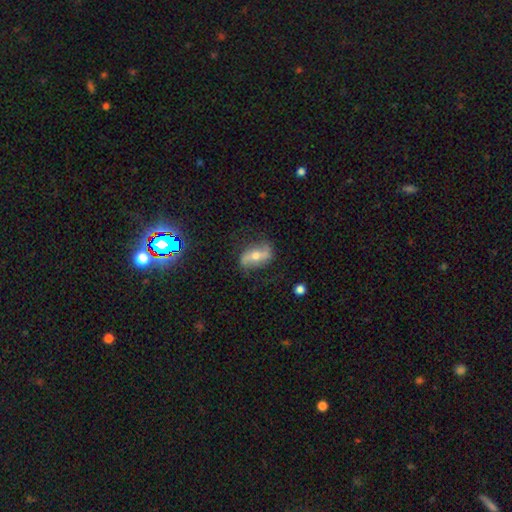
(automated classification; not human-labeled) smooth_or_featured: featured or disk (p=0.65) [alt: smooth p=0.25]
disk_edge_on: no (p=0.83) [alt: yes p=0.17]
bar: strong (p=0.47) [alt: no p=0.29]
has_spiral_arms: yes (p=0.76) [alt: no p=0.24]
bulge_size: moderate (p=0.62) [alt: small p=0.31]
merging: none (p=0.76) [alt: minor disturbance p=0.16]